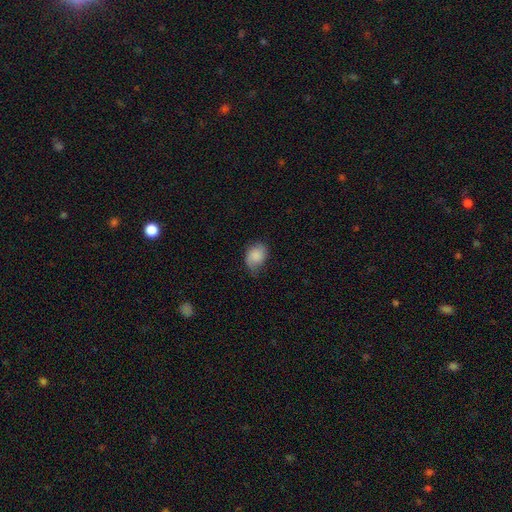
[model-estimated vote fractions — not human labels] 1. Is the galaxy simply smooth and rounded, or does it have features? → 83% smooth, 9% featured or disk, 7% star or artifact.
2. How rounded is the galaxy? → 67% in between, 32% round, 1% cigar-shaped.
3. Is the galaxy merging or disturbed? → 56% none, 33% minor disturbance, 9% major disturbance, 1% merger.